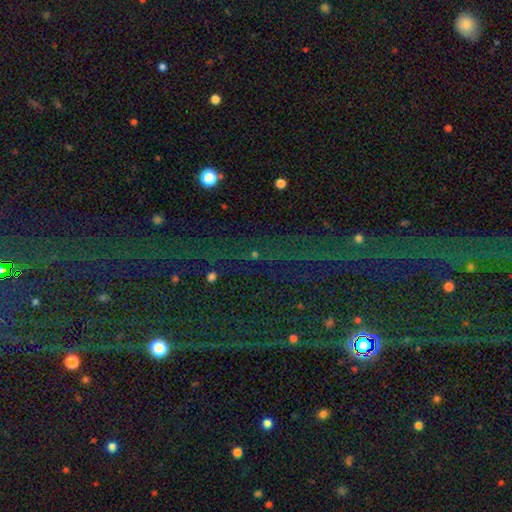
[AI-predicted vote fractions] A star or artifact, not a galaxy (82%).